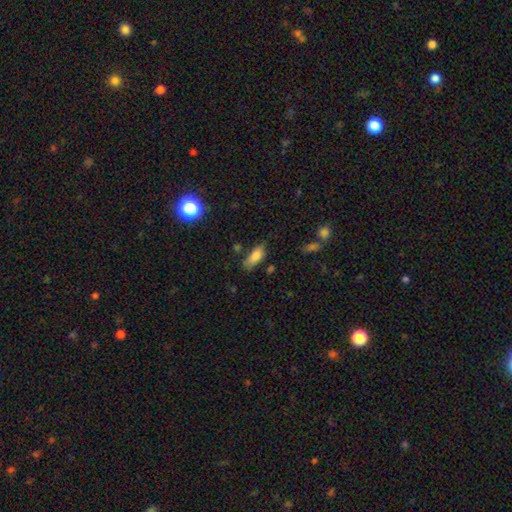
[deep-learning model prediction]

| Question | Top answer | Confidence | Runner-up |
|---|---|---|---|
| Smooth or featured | smooth | 83% | featured or disk (9%) |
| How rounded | in between | 80% | cigar-shaped (17%) |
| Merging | none | 66% | minor disturbance (24%) |